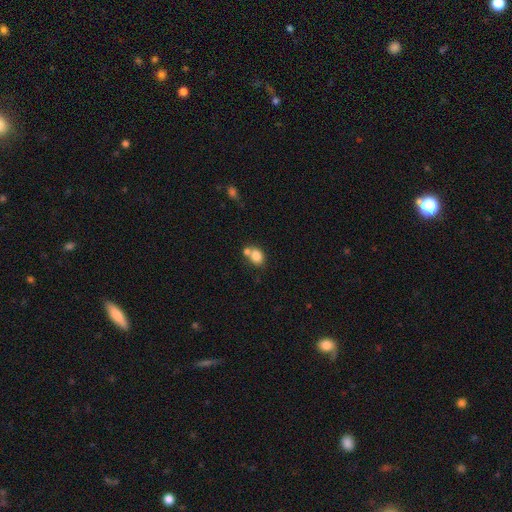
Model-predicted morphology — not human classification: This appears to be a smooth galaxy with no disk features (81%) that is in between round and cigar-shaped (50%). Merging: none (45%).